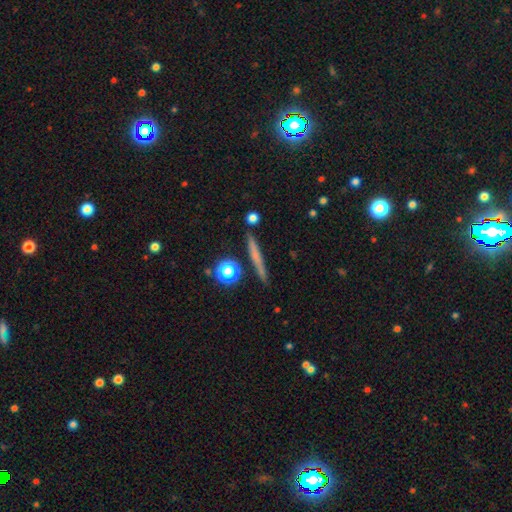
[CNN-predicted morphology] Smooth or featured: smooth — 51% (featured or disk — 39%)
How rounded: cigar-shaped — 88% (round — 8%)
Merging: none — 87% (minor disturbance — 8%)